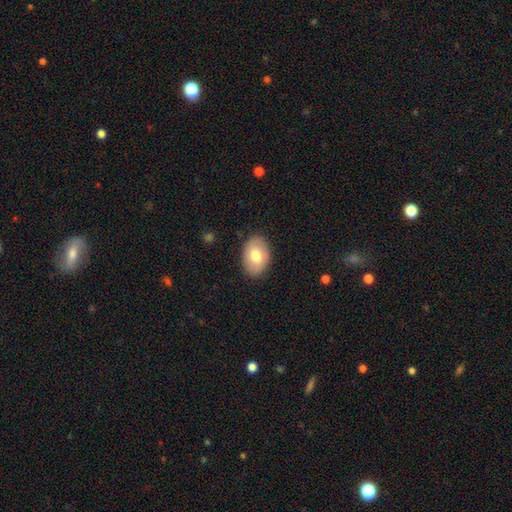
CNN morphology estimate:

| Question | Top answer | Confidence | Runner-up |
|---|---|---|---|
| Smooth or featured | smooth | 72% | featured or disk (21%) |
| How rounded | in between | 83% | round (16%) |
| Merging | none | 86% | minor disturbance (11%) |